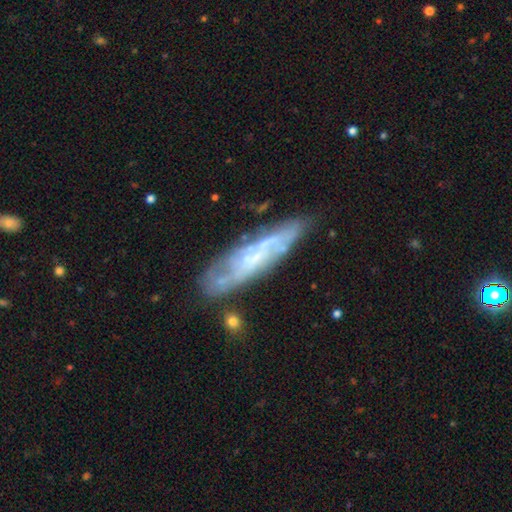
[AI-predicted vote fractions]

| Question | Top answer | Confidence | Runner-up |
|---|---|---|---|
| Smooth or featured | featured or disk | 69% | smooth (24%) |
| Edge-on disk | no | 61% | yes (39%) |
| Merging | none | 71% | minor disturbance (18%) |